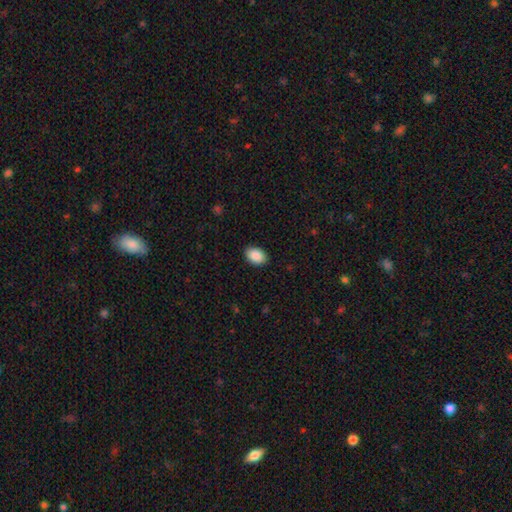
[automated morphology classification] Smooth or featured? smooth (90%)
How rounded? in between (85%)
Merging? none (89%)